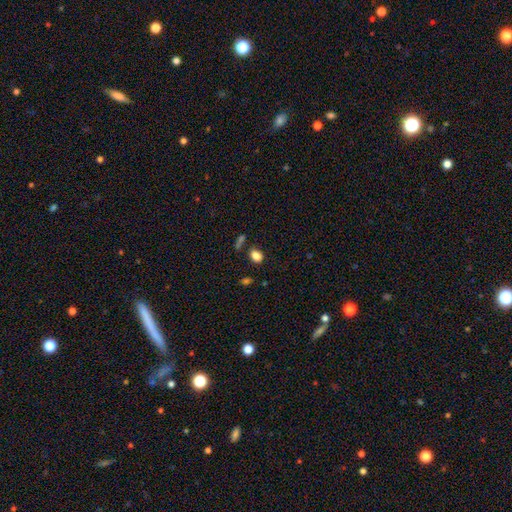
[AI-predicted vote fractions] smooth 84%, star or artifact 11%, featured or disk 5%. Down the decision tree: how rounded — in between (64%); merging — none (75%).